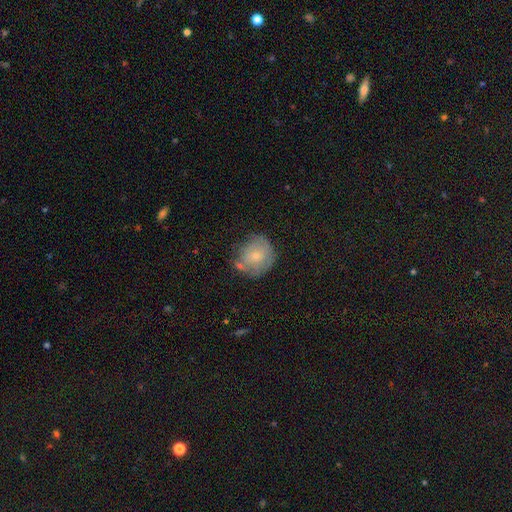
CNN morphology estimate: Smooth or featured? Predicted: smooth (p=0.54). How rounded? Predicted: round (p=0.76). Merging? Predicted: none (p=0.52).